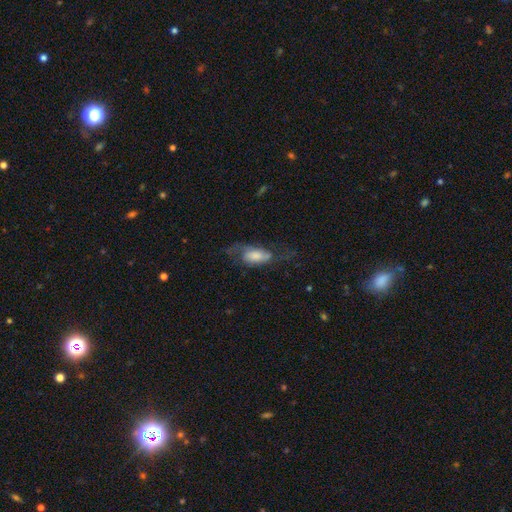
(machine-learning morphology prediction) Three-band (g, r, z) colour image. It shows a featured or disk galaxy (52%). Merging: none (44%).